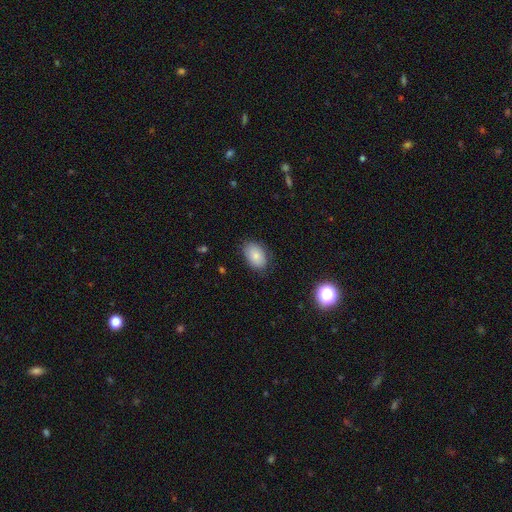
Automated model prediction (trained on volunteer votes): smooth-or-featured: smooth: 83% | featured or disk: 9% | star or artifact: 8%
  how-rounded: in between: 88% | round: 11% | cigar-shaped: 1%
  merging: none: 81% | minor disturbance: 15% | major disturbance: 3% | merger: 1%